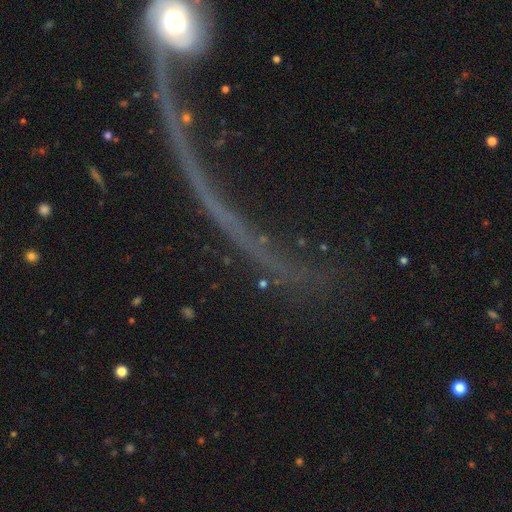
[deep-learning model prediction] Overall: star or artifact (59%; featured or disk 27%).